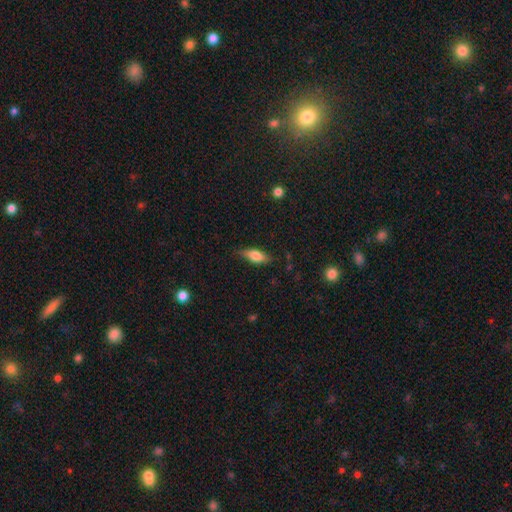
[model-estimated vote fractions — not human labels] smooth 70%, featured or disk 23%, star or artifact 7%. Down the decision tree: how rounded — in between (73%); merging — none (74%).